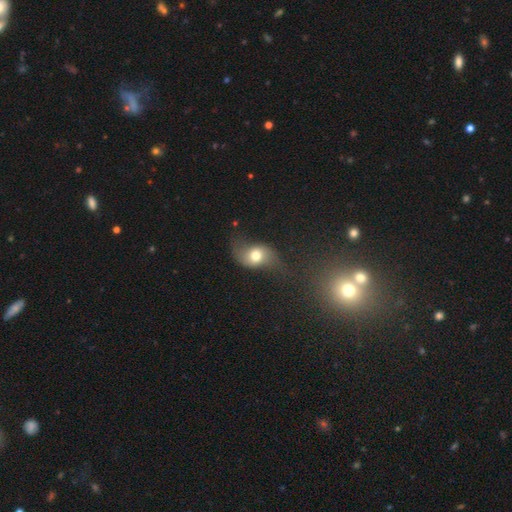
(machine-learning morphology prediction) The model was most divided on "smooth or featured": smooth: 52%, featured or disk: 38%, star or artifact: 10%. Remaining: how rounded — in between (66%); merging — none (45%).